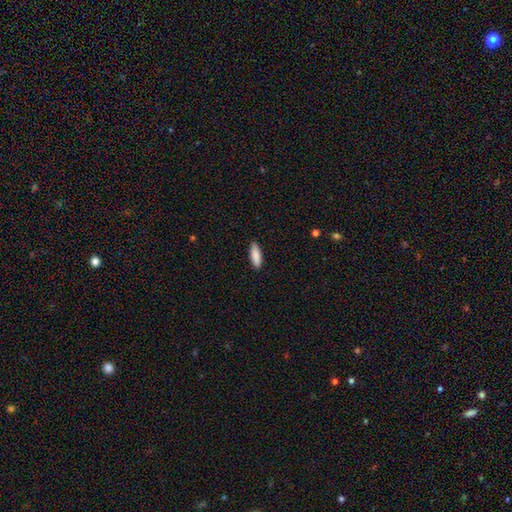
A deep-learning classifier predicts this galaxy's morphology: Smooth or featured: smooth — 88% (star or artifact — 6%)
How rounded: in between — 55% (cigar-shaped — 44%)
Merging: none — 89% (minor disturbance — 8%)